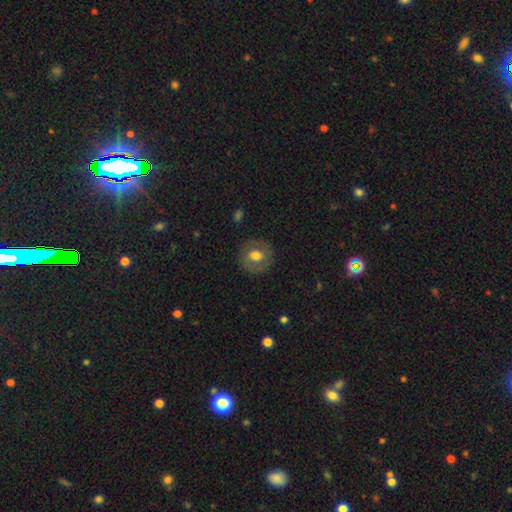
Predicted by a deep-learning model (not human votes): The model was most divided on "smooth or featured": smooth: 60%, featured or disk: 32%, star or artifact: 8%. More confident: merging — none (84%); how rounded — round (80%).